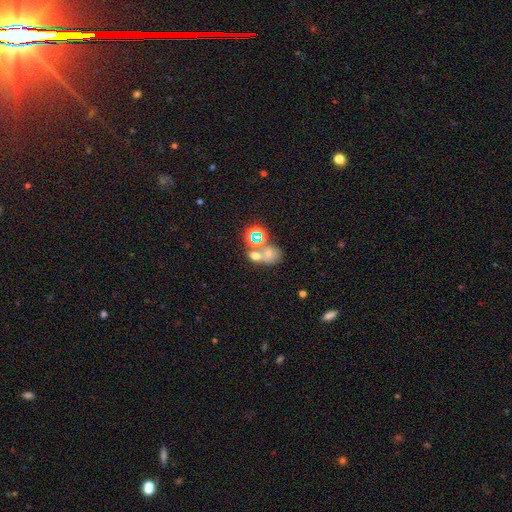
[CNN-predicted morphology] The model was most divided on "how rounded" (2-way tie): round: 49%, in between: 49%, cigar-shaped: 2%. More confident: merging — merger (54%); smooth or featured — smooth (53%).